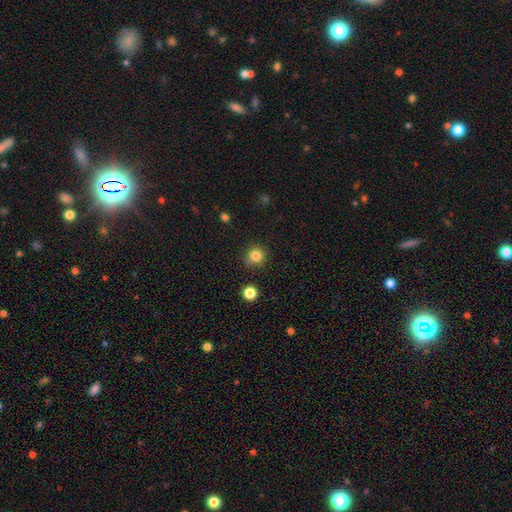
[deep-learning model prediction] Smooth or featured: smooth — 82% (star or artifact — 13%)
How rounded: round — 93% (in between — 6%)
Merging: none — 82% (minor disturbance — 11%)